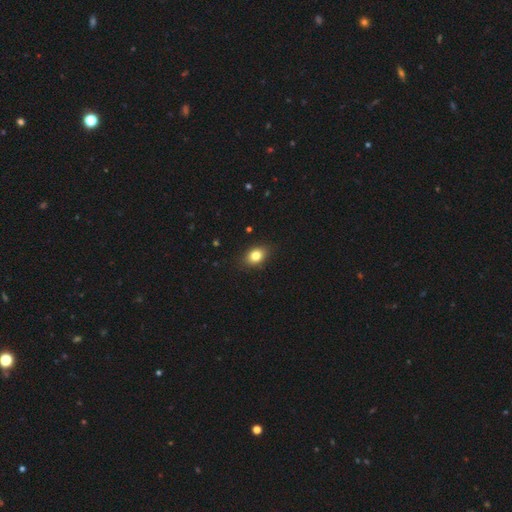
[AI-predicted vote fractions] smooth_or_featured: smooth (p=0.82) [alt: star or artifact p=0.10]
how_rounded: in between (p=0.73) [alt: round p=0.25]
merging: none (p=0.85) [alt: minor disturbance p=0.11]